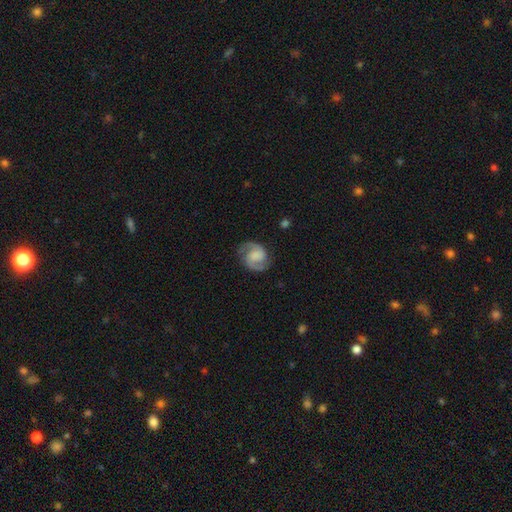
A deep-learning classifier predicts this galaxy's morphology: Smooth or featured?
  - featured or disk: 86% *
  - smooth: 9%
  - star or artifact: 5%
Edge-on disk?
  - no: 98% *
  - yes: 2%
Bar?
  - no: 53% *
  - weak: 39%
  - strong: 9%
Spiral arms?
  - yes: 98% *
  - no: 2%
Spiral winding?
  - medium: 55% *
  - tight: 31%
  - loose: 14%
Spiral arm count?
  - 2: 93% *
  - can't tell: 2%
  - 1: 1%
  - 3: 1%
  - 4: 1%
  - more than 4: 1%
Bulge size?
  - none: 36% *
  - moderate: 26%
  - small: 23%
  - large: 12%
  - dominant: 2%
Merging?
  - none: 82% *
  - minor disturbance: 13%
  - major disturbance: 4%
  - merger: 1%